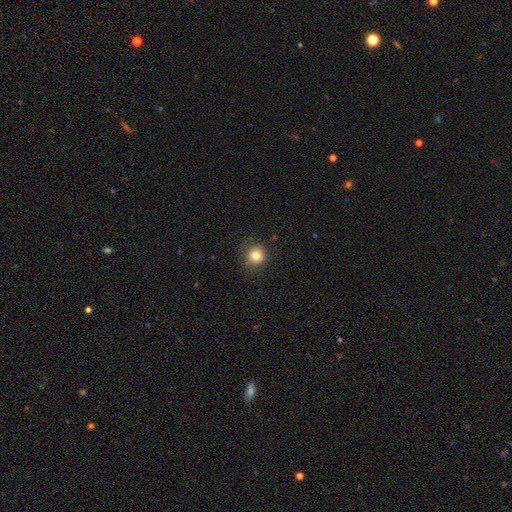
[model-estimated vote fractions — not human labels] Q: Smooth or featured?
A: smooth (80%); runner-up: star or artifact (12%)
Q: How rounded?
A: round (89%); runner-up: in between (10%)
Q: Merging?
A: none (83%); runner-up: minor disturbance (13%)